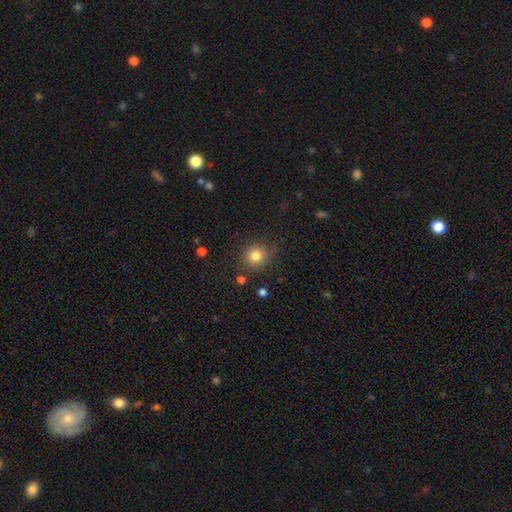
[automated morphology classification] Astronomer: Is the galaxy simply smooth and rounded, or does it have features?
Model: smooth — 82%.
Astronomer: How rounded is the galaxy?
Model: round — 87%.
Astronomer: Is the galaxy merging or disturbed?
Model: none — 81%.